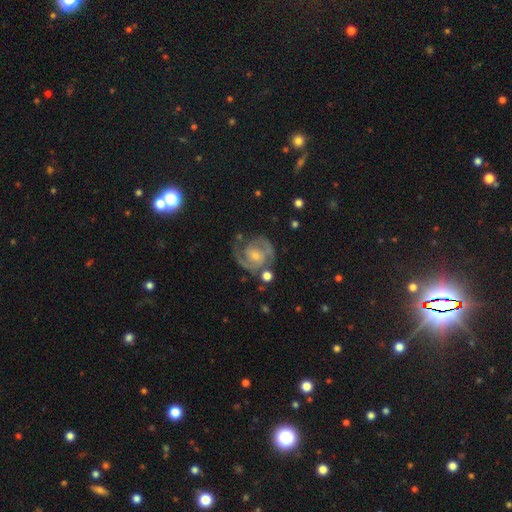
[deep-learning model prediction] The model was most divided on "spiral winding": tight: 47%, medium: 44%, loose: 9%. Remaining: edge-on disk — no (98%); spiral arms — yes (96%); smooth or featured — featured or disk (86%); spiral arm count — 2 (78%); merging — none (66%); bulge size — small (59%); bar — no (48%).